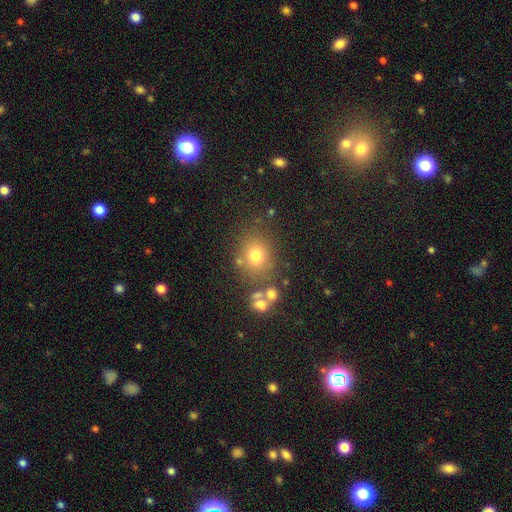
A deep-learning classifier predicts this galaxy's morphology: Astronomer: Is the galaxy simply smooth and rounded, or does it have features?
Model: smooth — 70%.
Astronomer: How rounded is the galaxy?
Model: round — 64%.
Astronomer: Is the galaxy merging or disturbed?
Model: none — 72%.